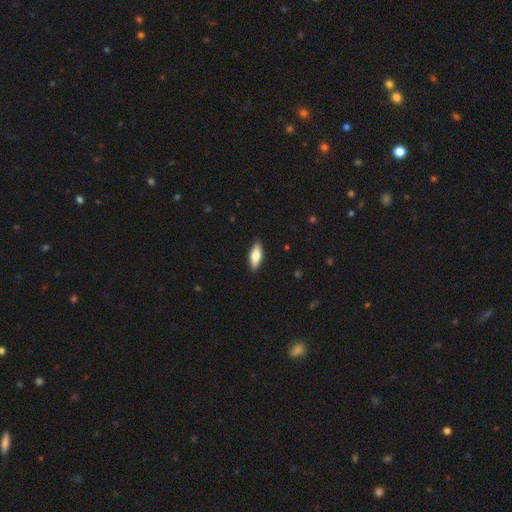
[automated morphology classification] Smooth or featured?
  - smooth: 68% *
  - featured or disk: 26%
  - star or artifact: 6%
How rounded?
  - in between: 67% *
  - cigar-shaped: 30%
  - round: 2%
Merging?
  - none: 88% *
  - minor disturbance: 9%
  - major disturbance: 2%
  - merger: 1%